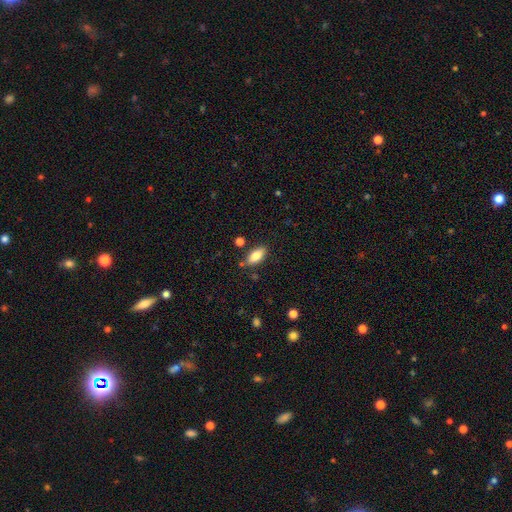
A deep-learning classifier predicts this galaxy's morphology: This is clearly a smooth galaxy (82%). How rounded: clearly in between (86%). Merging: clearly none (82%).